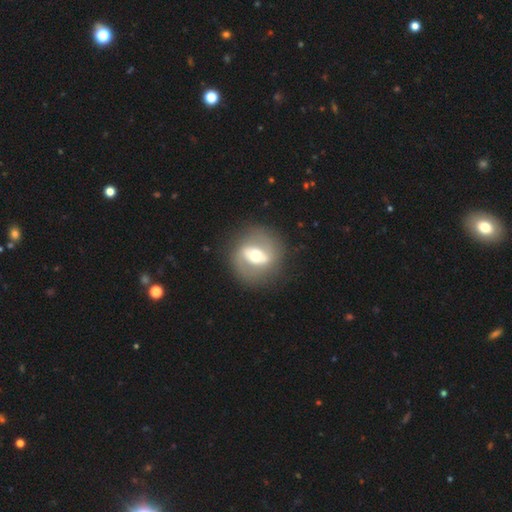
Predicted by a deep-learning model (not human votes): Smooth or featured? featured or disk (66%)
Edge-on disk? no (93%)
Bar? strong (49%)
Spiral arms? yes (51%)
Bulge size? moderate (67%)
Merging? none (81%)